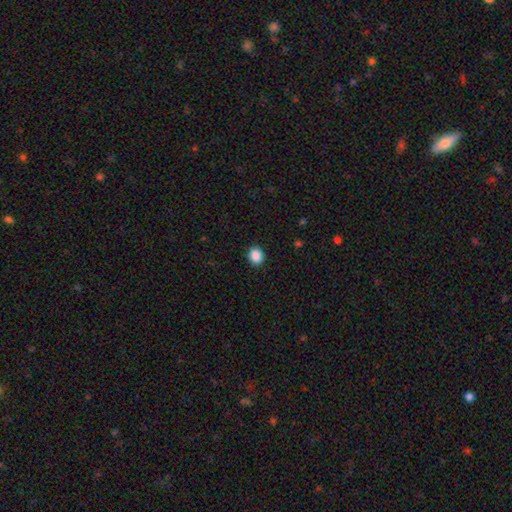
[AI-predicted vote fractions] Smooth or featured? Predicted: smooth (p=0.89). How rounded? Predicted: round (p=0.68). Merging? Predicted: none (p=0.91).